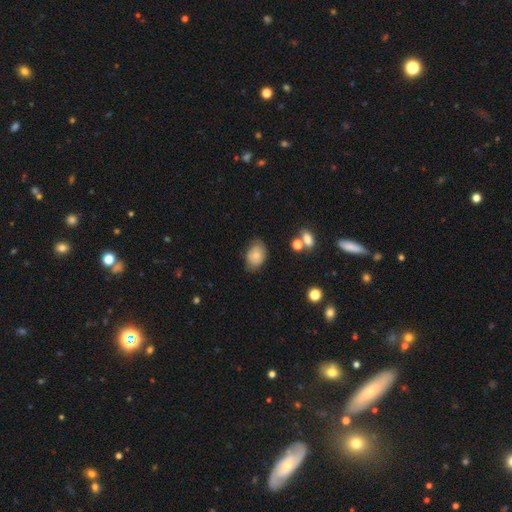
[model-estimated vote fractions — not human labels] This is likely a smooth galaxy (73%). How rounded: likely in between (79%). Merging: likely none (65%).